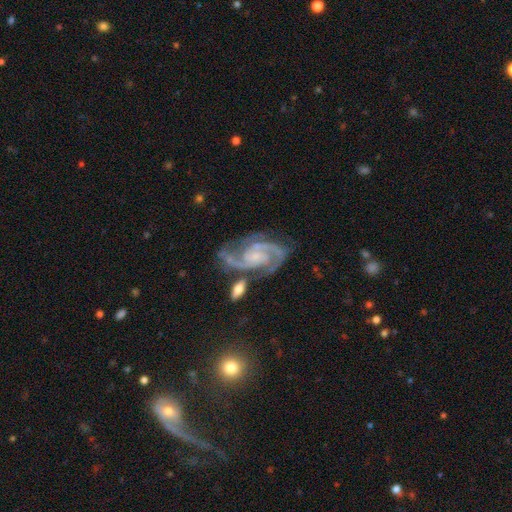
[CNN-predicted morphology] A featured or disk galaxy (93%) with no bar (56%), 2 (81%) medium (53%) spiral arms (99%) and a small central bulge (71%).

Vote fractions:
- Smooth or featured? featured or disk: 93% / star or artifact: 5% / smooth: 3%
- Edge-on disk? no: 98% / yes: 2%
- Bar? no: 56% / weak: 32% / strong: 12%
- Spiral arms? yes: 99% / no: 1%
- Spiral winding? medium: 53% / tight: 39% / loose: 8%
- Spiral arm count? 2: 81% / 3: 11% / can't tell: 3% / 4: 2% / 1: 2% / more than 4: 2%
- Bulge size? small: 71% / moderate: 16% / none: 10% / large: 1% / dominant: 1%
- Merging? none: 63% / minor disturbance: 20% / major disturbance: 9% / merger: 8%